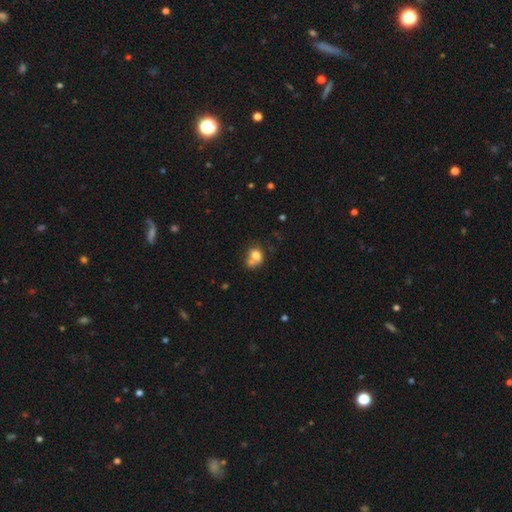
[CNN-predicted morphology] A smooth galaxy with no disk features (74%) that is round (53%).

Vote fractions:
- Smooth or featured? smooth: 74% / featured or disk: 16% / star or artifact: 11%
- How rounded? round: 53% / in between: 46% / cigar-shaped: 1%
- Merging? merger: 47% / none: 31% / minor disturbance: 14% / major disturbance: 8%